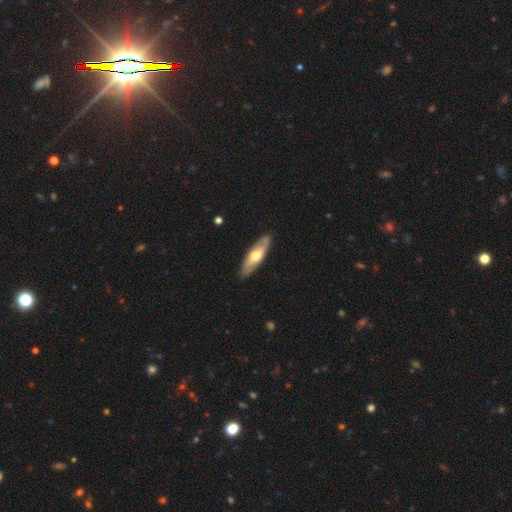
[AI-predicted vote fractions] smooth_or_featured: smooth (p=0.52) [alt: featured or disk p=0.44]
how_rounded: cigar-shaped (p=0.55) [alt: in between p=0.43]
merging: none (p=0.88) [alt: minor disturbance p=0.09]